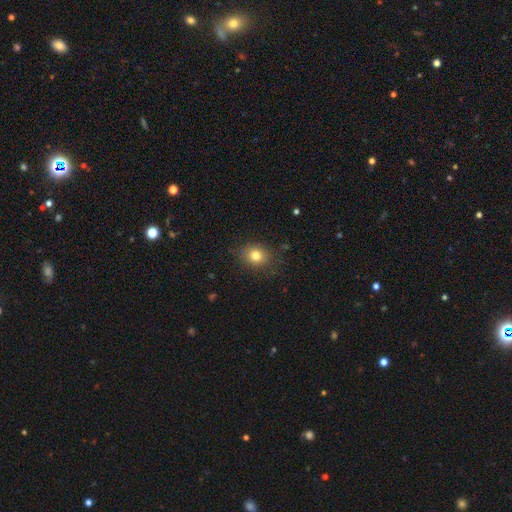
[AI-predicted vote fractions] The model was most divided on "how rounded": round: 72%, in between: 27%, cigar-shaped: 1%. More confident: merging — none (84%); smooth or featured — smooth (80%).